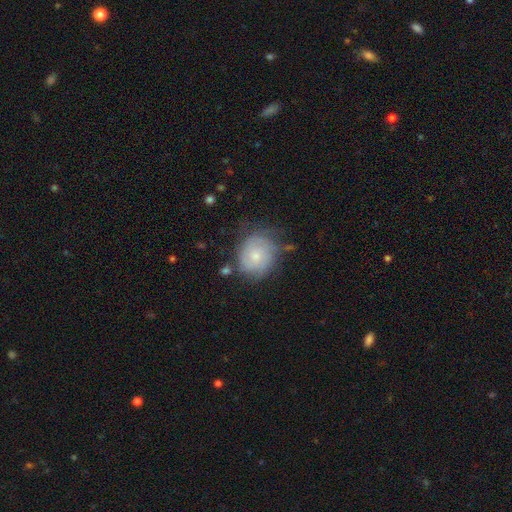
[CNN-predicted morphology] Smooth or featured? featured or disk (47%)
Merging? none (59%)